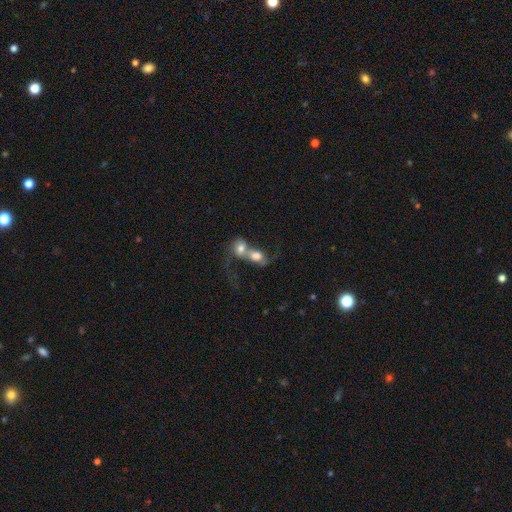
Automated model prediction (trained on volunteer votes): The model was most divided on "how rounded": in between: 55%, round: 42%, cigar-shaped: 3%. More confident: merging — merger (81%); smooth or featured — smooth (68%).